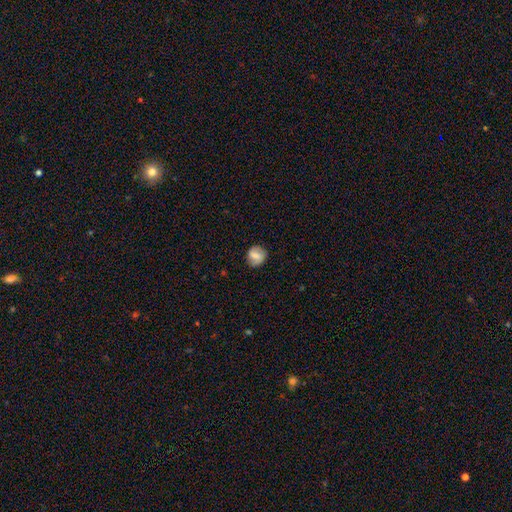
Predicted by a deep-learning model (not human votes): Smooth or featured: smooth — 55% (featured or disk — 36%)
How rounded: round — 77% (in between — 21%)
Merging: none — 82% (minor disturbance — 13%)